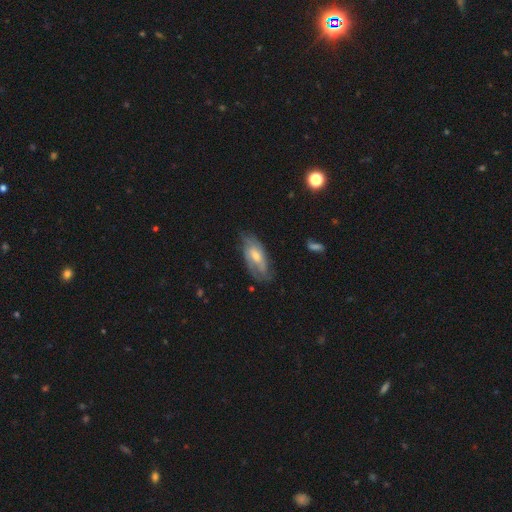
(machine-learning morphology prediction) The model was most divided on "bar": no: 48%, weak: 41%, strong: 11%. More confident: edge-on disk — no (89%); spiral arms — yes (82%); smooth or featured — featured or disk (65%); merging — none (64%); bulge size — moderate (58%).